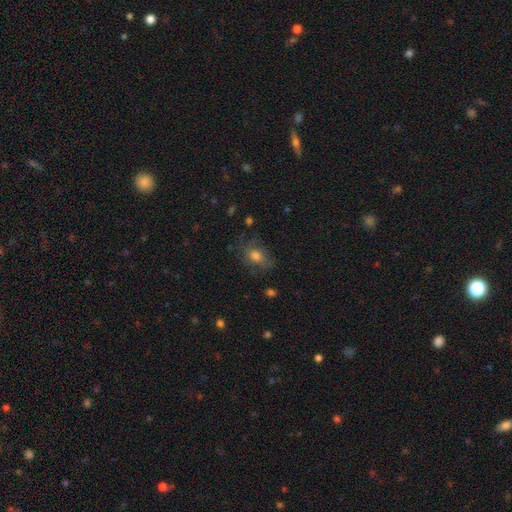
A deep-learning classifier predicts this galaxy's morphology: Smooth or featured: smooth — 58% (featured or disk — 27%)
How rounded: in between — 64% (round — 33%)
Merging: none — 62% (minor disturbance — 22%)